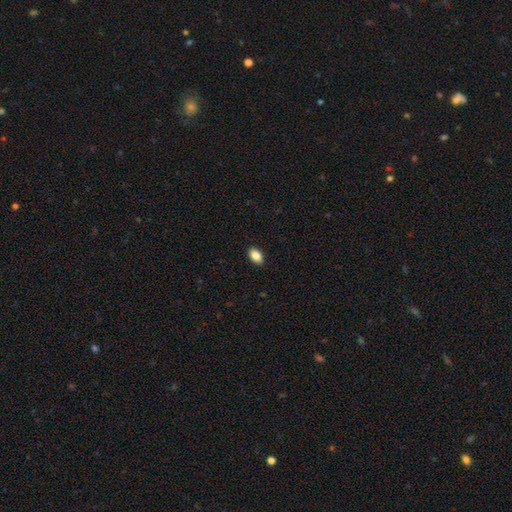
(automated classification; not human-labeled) smooth 87%, star or artifact 8%, featured or disk 5%. Down the decision tree: how rounded — in between (89%); merging — none (90%).